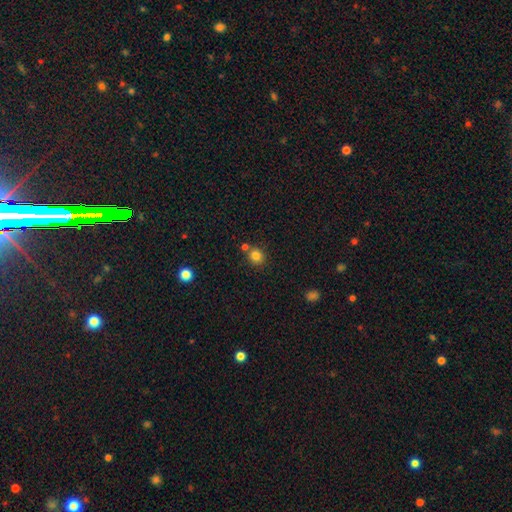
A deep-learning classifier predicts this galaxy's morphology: smooth_or_featured: smooth (p=0.82) [alt: star or artifact p=0.12]
how_rounded: round (p=0.85) [alt: in between p=0.14]
merging: none (p=0.74) [alt: merger p=0.14]